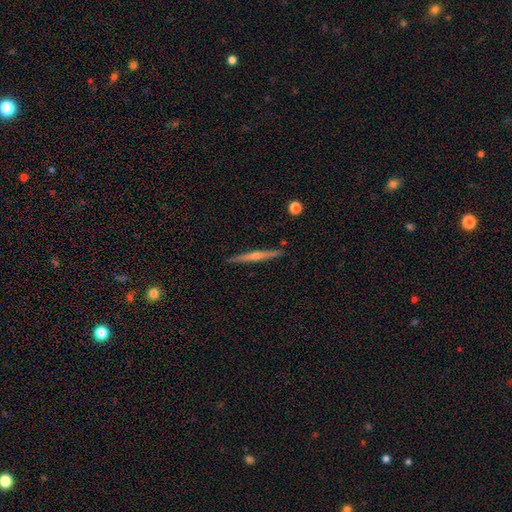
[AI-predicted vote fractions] Overall: featured or disk (70%). Edge-on disk: yes (98%). Edge-on bulge: rounded (78%). Merging: none (91%).